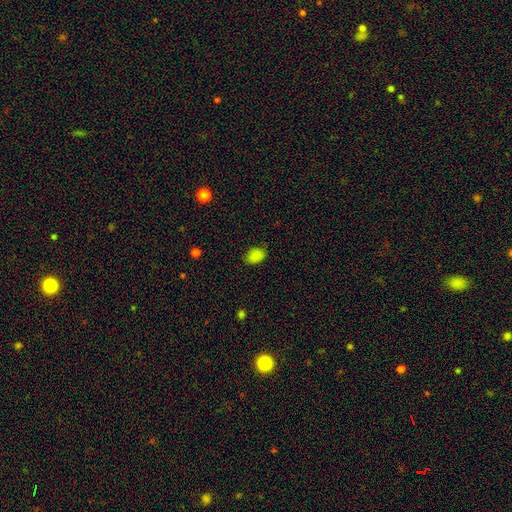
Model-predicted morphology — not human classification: Smooth or featured: smooth — 86% (star or artifact — 10%)
How rounded: in between — 79% (round — 20%)
Merging: none — 81% (minor disturbance — 15%)